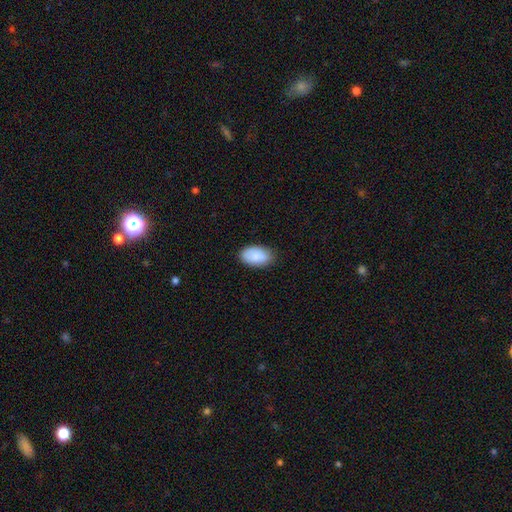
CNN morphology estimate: Q: Smooth or featured?
A: smooth (86%); runner-up: featured or disk (7%)
Q: How rounded?
A: in between (94%); runner-up: round (4%)
Q: Merging?
A: none (81%); runner-up: minor disturbance (15%)